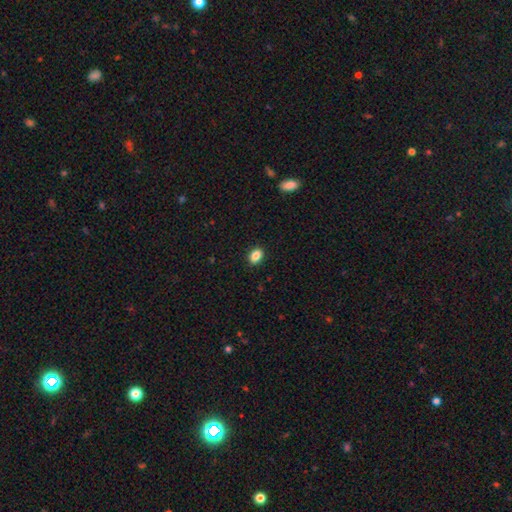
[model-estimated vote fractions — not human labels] Smooth or featured? smooth (86%)
How rounded? in between (74%)
Merging? none (90%)